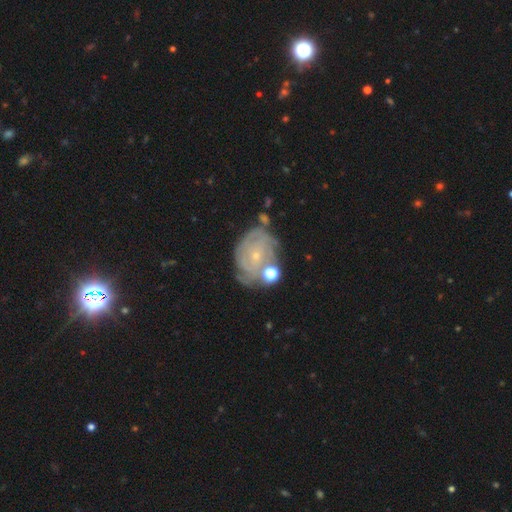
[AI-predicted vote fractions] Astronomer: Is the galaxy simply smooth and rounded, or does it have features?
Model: featured or disk — 75%.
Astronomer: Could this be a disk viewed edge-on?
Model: no — 97%.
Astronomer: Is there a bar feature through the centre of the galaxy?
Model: no — 76%.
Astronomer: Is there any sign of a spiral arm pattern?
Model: yes — 88%.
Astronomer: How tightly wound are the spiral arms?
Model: tight — 74%.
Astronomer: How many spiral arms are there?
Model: can't tell — 48%.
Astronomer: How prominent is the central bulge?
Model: small — 80%.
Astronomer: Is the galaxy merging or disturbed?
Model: none — 59%.